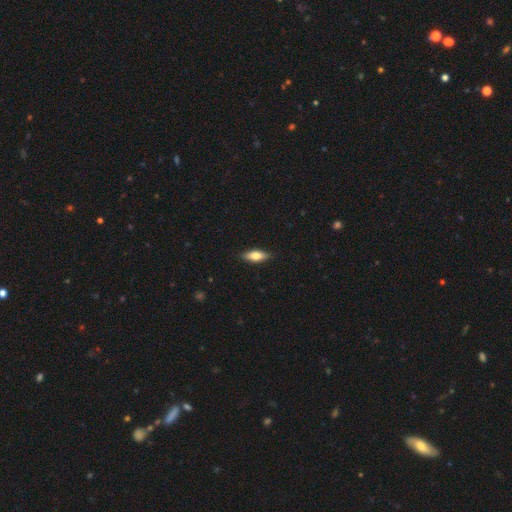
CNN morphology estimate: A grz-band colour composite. It shows a smooth galaxy with no disk features (65%) that is in between round and cigar-shaped (66%). Merging: none (88%).